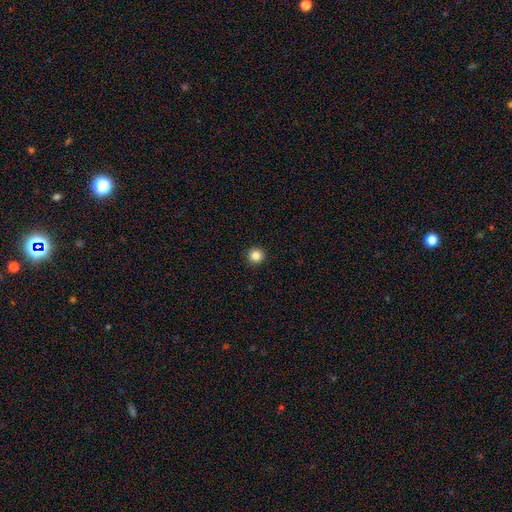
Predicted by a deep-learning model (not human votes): A smooth galaxy with no disk features (85%) that is round (96%).

Vote fractions:
- Smooth or featured? smooth: 85% / star or artifact: 11% / featured or disk: 4%
- How rounded? round: 96% / in between: 3% / cigar-shaped: 1%
- Merging? none: 94% / minor disturbance: 4% / major disturbance: 1% / merger: 1%